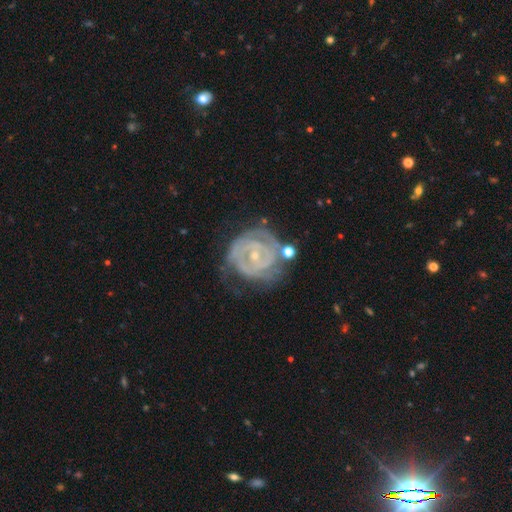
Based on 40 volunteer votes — Q: Smooth or featured?
A: featured or disk (88%); runner-up: smooth (10%)
Q: Edge-on disk?
A: no (100%)
Q: Bar?
A: no (80%); runner-up: weak (20%)
Q: Spiral arms?
A: yes (94%); runner-up: no (6%)
Q: Spiral winding?
A: tight (76%); runner-up: medium (18%)
Q: Spiral arm count?
A: 3 (58%); runner-up: 2 (12%)
Q: Bulge size?
A: small (83%); runner-up: moderate (17%)
Q: Merging?
A: none (59%); runner-up: minor disturbance (28%)